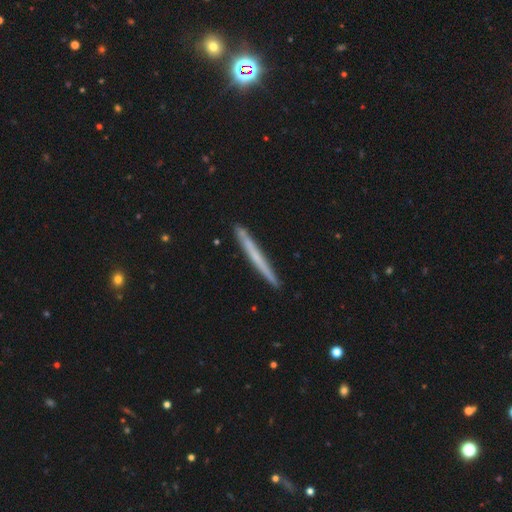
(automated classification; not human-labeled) Overall: smooth (47%, tied with featured or disk). Merging: none (91%).